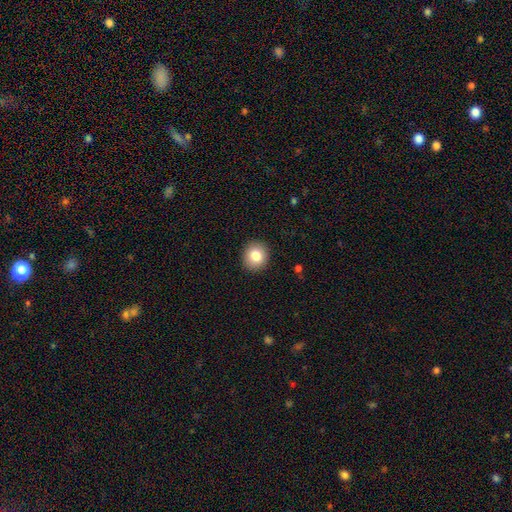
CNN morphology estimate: This is clearly a smooth galaxy (82%). How rounded: clearly round (83%). Merging: clearly none (92%).